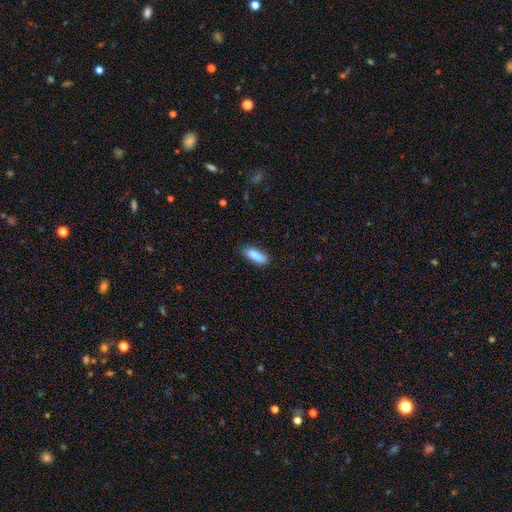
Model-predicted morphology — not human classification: smooth-or-featured: smooth: 80% | featured or disk: 12% | star or artifact: 8%
  how-rounded: in between: 54% | cigar-shaped: 43% | round: 3%
  merging: none: 58% | merger: 21% | minor disturbance: 16% | major disturbance: 5%